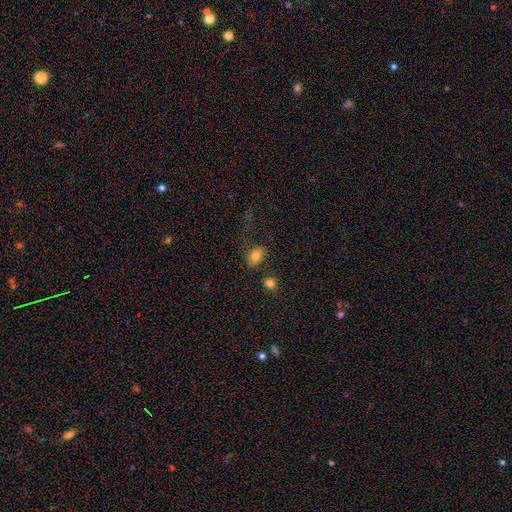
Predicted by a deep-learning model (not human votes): Smooth or featured? smooth (82%)
How rounded? in between (73%)
Merging? none (66%)